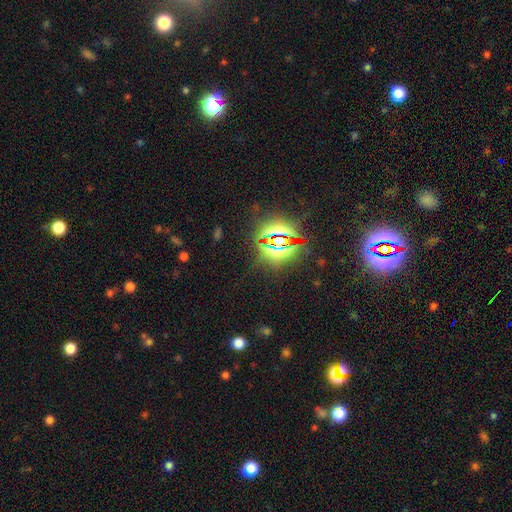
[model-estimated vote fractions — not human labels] A star or artifact, not a galaxy (80%).